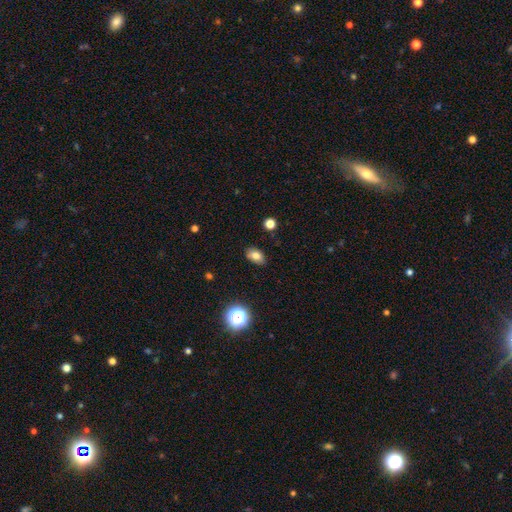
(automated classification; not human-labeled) Smooth or featured: smooth — 79% (star or artifact — 12%)
How rounded: in between — 83% (round — 15%)
Merging: none — 87% (minor disturbance — 10%)